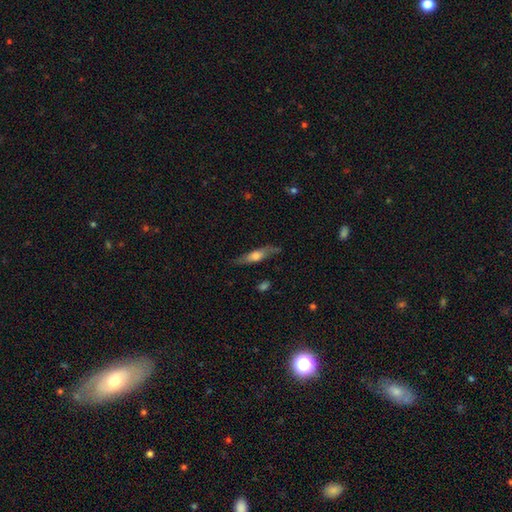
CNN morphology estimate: Smooth or featured?
  - smooth: 49% *
  - featured or disk: 45%
  - star or artifact: 6%
Merging?
  - none: 76% *
  - minor disturbance: 17%
  - major disturbance: 4%
  - merger: 2%